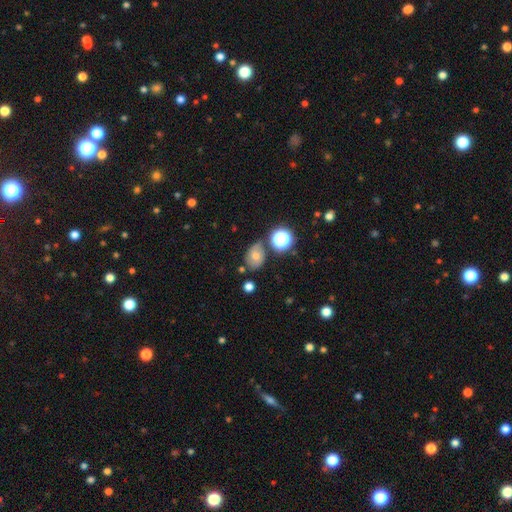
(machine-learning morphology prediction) smooth_or_featured: smooth (p=0.44) [alt: featured or disk p=0.31]
merging: none (p=0.74) [alt: minor disturbance p=0.15]